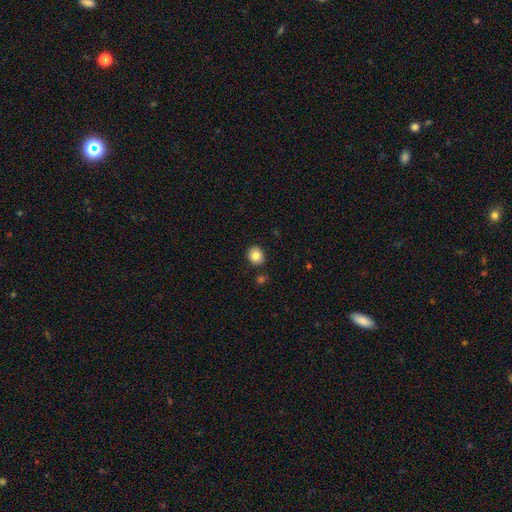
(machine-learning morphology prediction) A smooth galaxy with no disk features (84%) that is round (77%).

Vote fractions:
- Smooth or featured? smooth: 84% / star or artifact: 9% / featured or disk: 7%
- How rounded? round: 77% / in between: 23% / cigar-shaped: 1%
- Merging? none: 87% / minor disturbance: 8% / merger: 3% / major disturbance: 2%